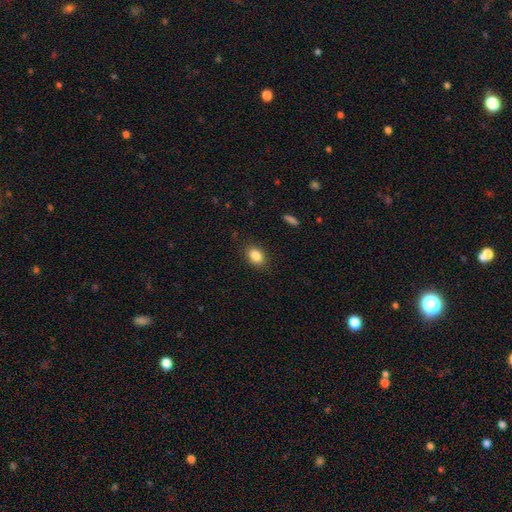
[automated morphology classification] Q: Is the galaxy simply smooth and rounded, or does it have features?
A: smooth — 86%.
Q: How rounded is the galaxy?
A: in between — 80%.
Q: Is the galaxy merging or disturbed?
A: none — 86%.